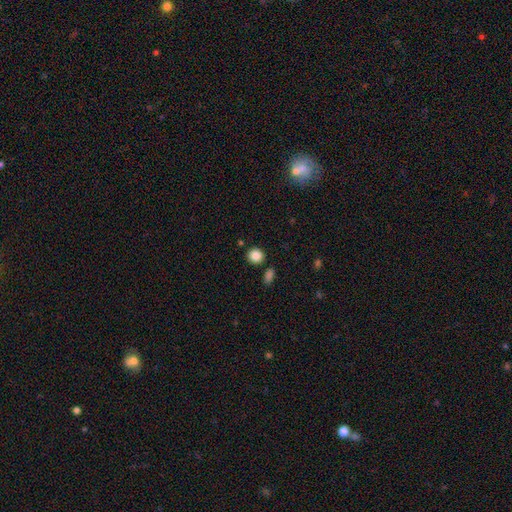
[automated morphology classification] A smooth galaxy with no disk features (87%) that is round (86%).

Vote fractions:
- Smooth or featured? smooth: 87% / star or artifact: 9% / featured or disk: 4%
- How rounded? round: 86% / in between: 13% / cigar-shaped: 1%
- Merging? none: 85% / minor disturbance: 7% / merger: 5% / major disturbance: 3%